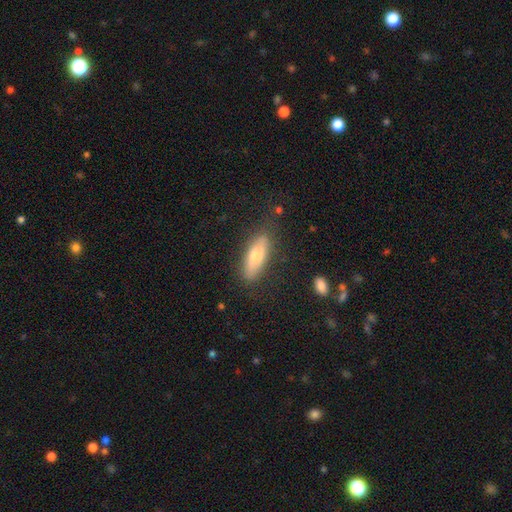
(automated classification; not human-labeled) Smooth or featured? Predicted: smooth (p=0.68). How rounded? Predicted: in between (p=0.52). Merging? Predicted: none (p=0.80).